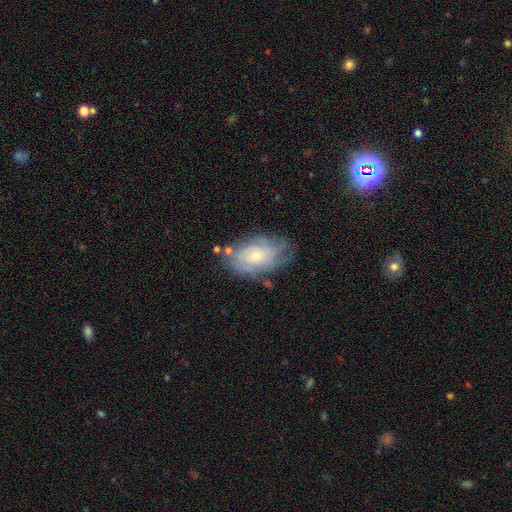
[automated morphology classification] Smooth or featured?
  - featured or disk: 66% *
  - smooth: 26%
  - star or artifact: 8%
Edge-on disk?
  - no: 95% *
  - yes: 5%
Bar?
  - no: 79% *
  - weak: 18%
  - strong: 3%
Spiral arms?
  - yes: 85% *
  - no: 15%
Spiral winding?
  - tight: 61% *
  - medium: 28%
  - loose: 11%
Spiral arm count?
  - can't tell: 54% *
  - 4: 13%
  - 3: 11%
  - 2: 11%
  - more than 4: 7%
  - 1: 5%
Bulge size?
  - small: 70% *
  - moderate: 25%
  - none: 2%
  - large: 2%
  - dominant: 1%
Merging?
  - none: 66% *
  - minor disturbance: 22%
  - major disturbance: 9%
  - merger: 3%